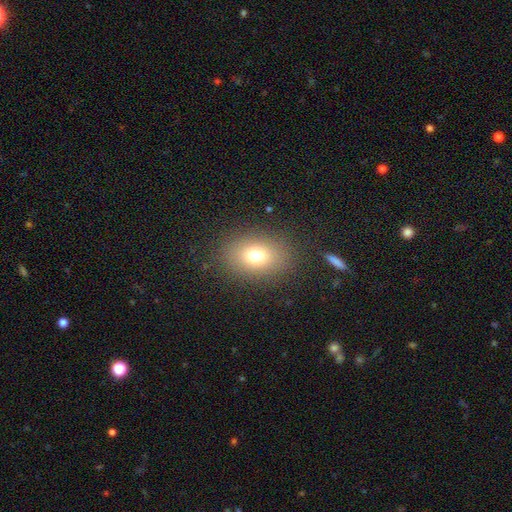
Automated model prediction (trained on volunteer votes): smooth_or_featured: smooth (p=0.73) [alt: star or artifact p=0.15]
how_rounded: in between (p=0.68) [alt: round p=0.31]
merging: none (p=0.85) [alt: minor disturbance p=0.09]